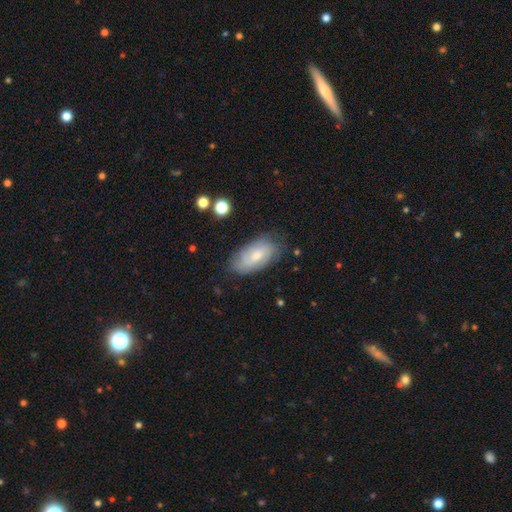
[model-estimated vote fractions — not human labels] A smooth galaxy with no disk features (55%) that is in between round and cigar-shaped (92%).

Vote fractions:
- Smooth or featured? smooth: 55% / featured or disk: 38% / star or artifact: 7%
- How rounded? in between: 92% / cigar-shaped: 5% / round: 3%
- Merging? none: 70% / minor disturbance: 22% / major disturbance: 6% / merger: 2%